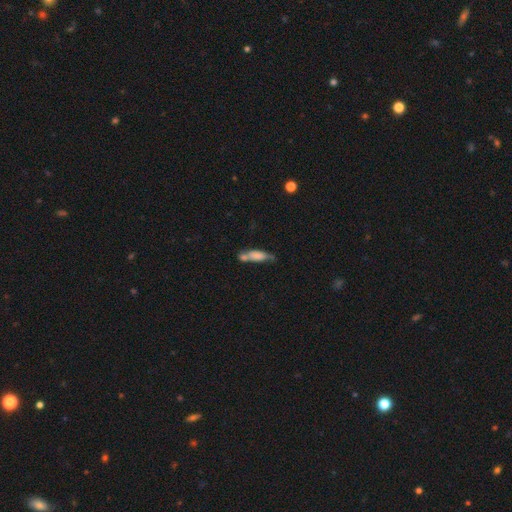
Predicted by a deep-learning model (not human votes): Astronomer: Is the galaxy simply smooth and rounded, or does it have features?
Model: smooth — 68%.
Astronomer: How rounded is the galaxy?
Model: in between — 49% (runner-up: cigar-shaped, 48%).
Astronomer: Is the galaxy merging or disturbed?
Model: merger — 40% (runner-up: none, 34%).